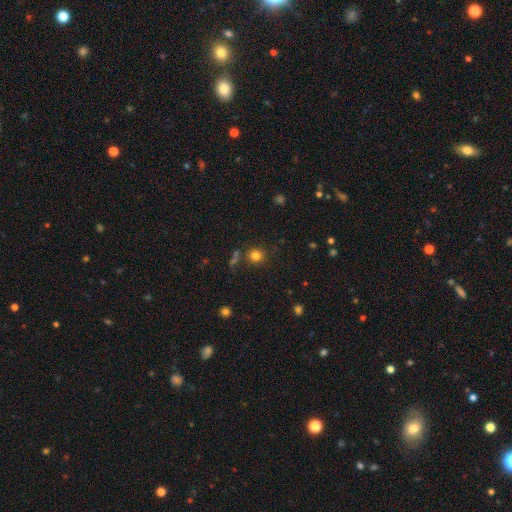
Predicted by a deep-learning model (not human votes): Smooth or featured? smooth (80%)
How rounded? round (88%)
Merging? none (81%)